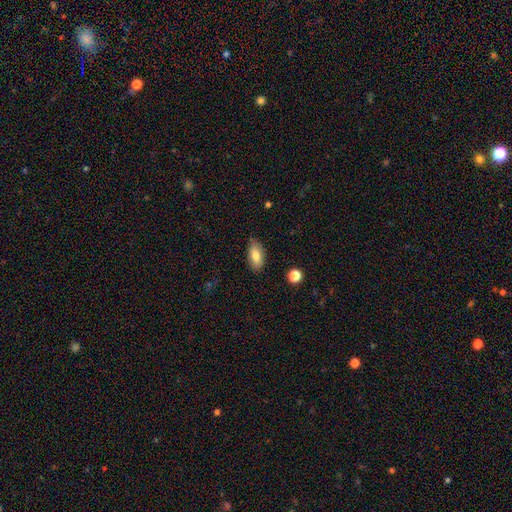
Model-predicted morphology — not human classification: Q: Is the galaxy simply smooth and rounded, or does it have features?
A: smooth — 78%.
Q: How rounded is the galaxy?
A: in between — 90%.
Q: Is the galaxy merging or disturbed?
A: none — 84%.